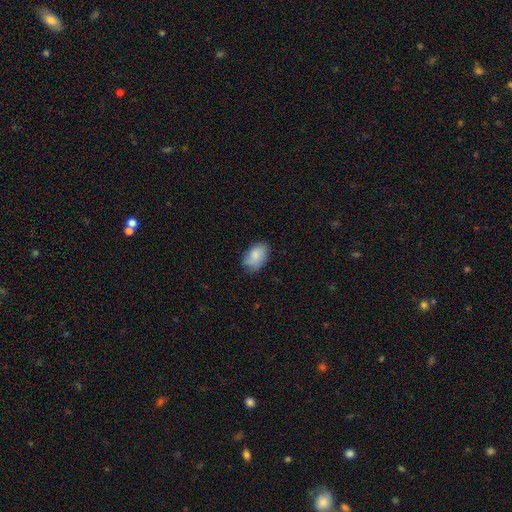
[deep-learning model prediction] A smooth galaxy with no disk features (81%) that is in between round and cigar-shaped (89%). Merging: none (69%).